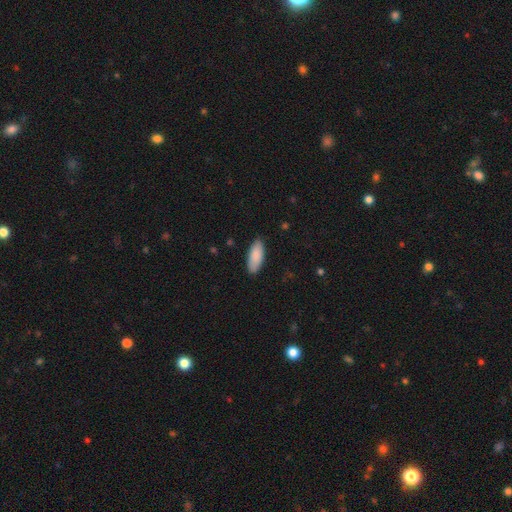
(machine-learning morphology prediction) smooth-or-featured: smooth: 89% | featured or disk: 6% | star or artifact: 6%
  how-rounded: in between: 83% | cigar-shaped: 16% | round: 1%
  merging: none: 85% | minor disturbance: 12% | major disturbance: 2% | merger: 1%